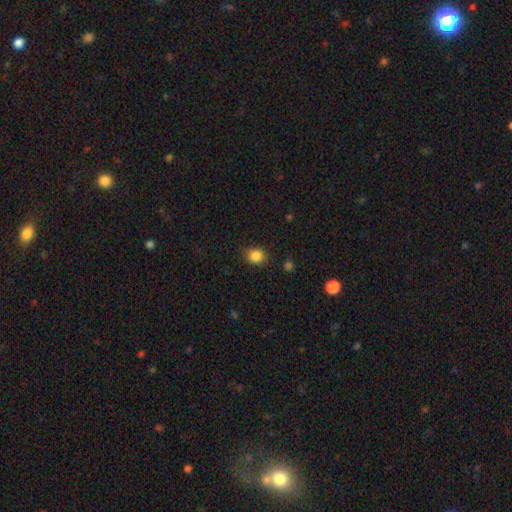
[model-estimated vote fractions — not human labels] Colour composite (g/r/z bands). It shows a smooth galaxy with no disk features (85%) that is round (74%). Merging: none (85%).